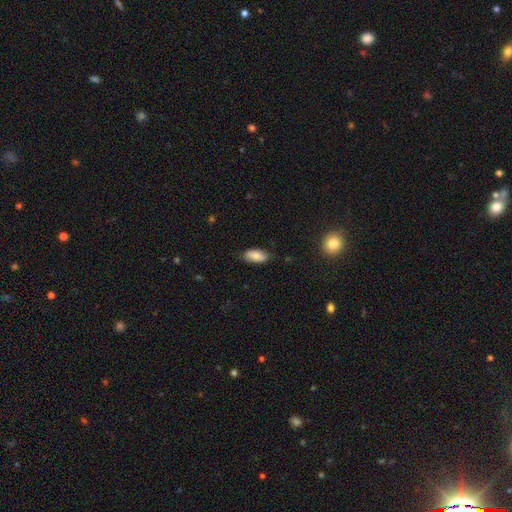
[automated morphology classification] A smooth galaxy with no disk features (82%) that is in between round and cigar-shaped (89%).

Vote fractions:
- Smooth or featured? smooth: 82% / featured or disk: 11% / star or artifact: 7%
- How rounded? in between: 89% / cigar-shaped: 8% / round: 2%
- Merging? none: 80% / minor disturbance: 16% / major disturbance: 3% / merger: 1%